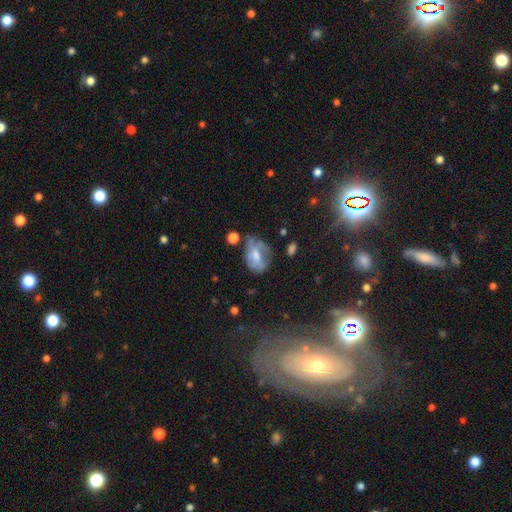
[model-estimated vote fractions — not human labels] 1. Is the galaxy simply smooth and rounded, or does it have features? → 49% smooth, 41% featured or disk, 10% star or artifact.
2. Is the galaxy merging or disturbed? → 39% none, 31% minor disturbance, 23% major disturbance, 6% merger.